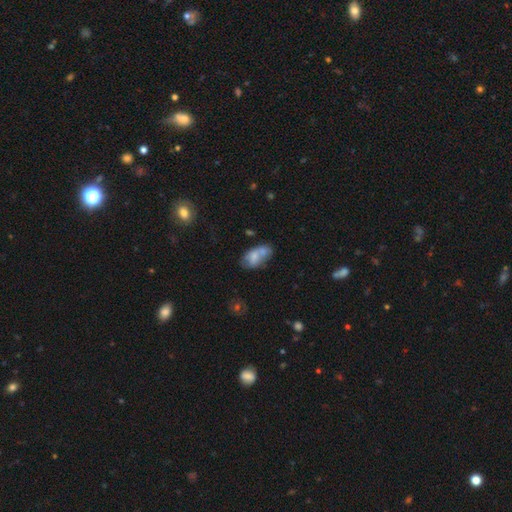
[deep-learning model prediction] This is likely a smooth galaxy (66%). How rounded: clearly in between (91%). Merging: marginally none (37%).